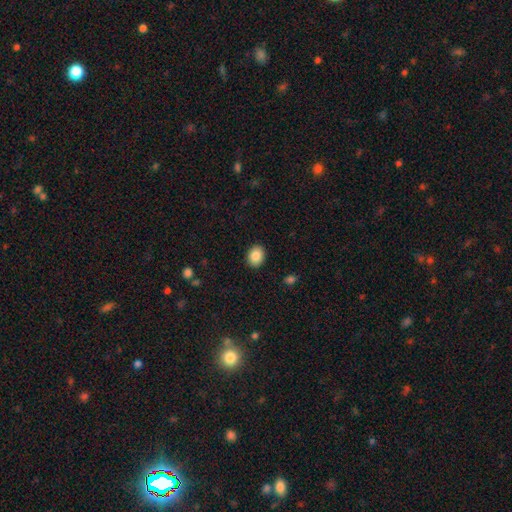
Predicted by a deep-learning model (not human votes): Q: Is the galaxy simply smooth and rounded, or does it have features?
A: smooth — 87%.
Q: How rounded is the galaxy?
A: in between — 55%.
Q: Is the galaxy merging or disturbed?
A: none — 91%.